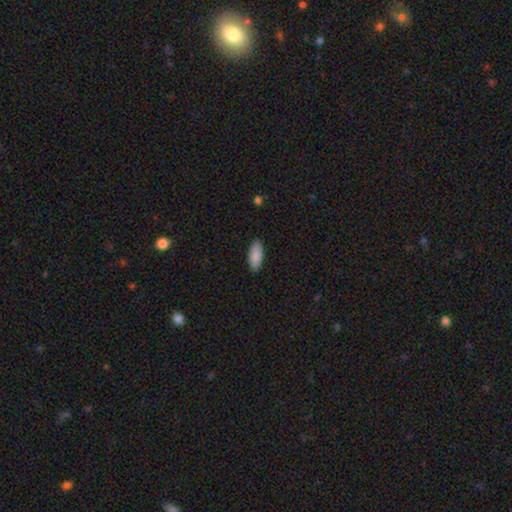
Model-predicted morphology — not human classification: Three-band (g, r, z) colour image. It shows a smooth galaxy with no disk features (89%) that is in between round and cigar-shaped (87%). Merging: none (87%).